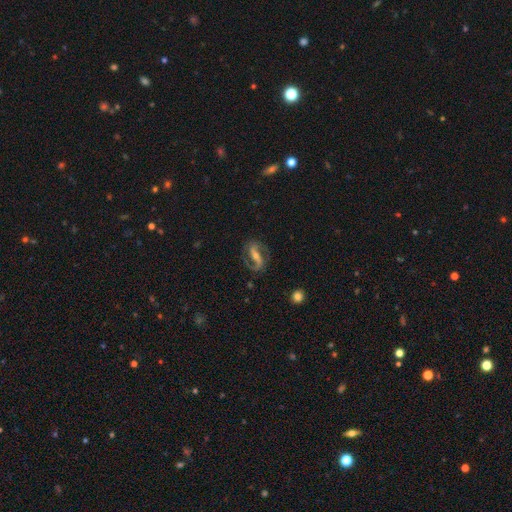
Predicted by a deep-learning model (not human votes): The model was most divided on "bulge size" (2-way tie): moderate: 46%, small: 46%, none: 3%, large: 3%, dominant: 1%. Remaining: edge-on disk — no (95%); spiral arms — yes (94%); spiral arm count — 2 (90%); smooth or featured — featured or disk (85%); merging — none (78%); bar — strong (53%); spiral winding — medium (49%).